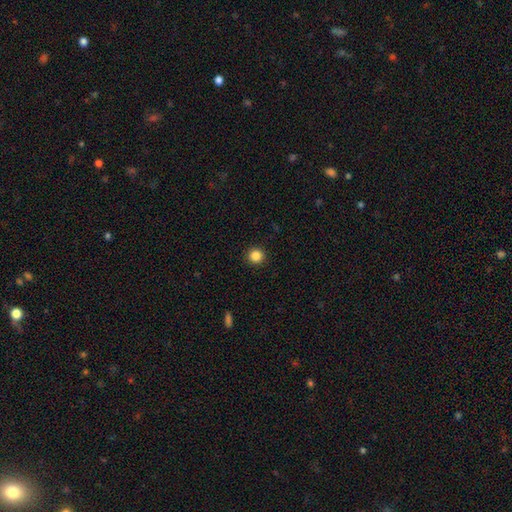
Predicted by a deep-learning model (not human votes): This is clearly a smooth galaxy (86%). How rounded: clearly round (95%). Merging: clearly none (93%).